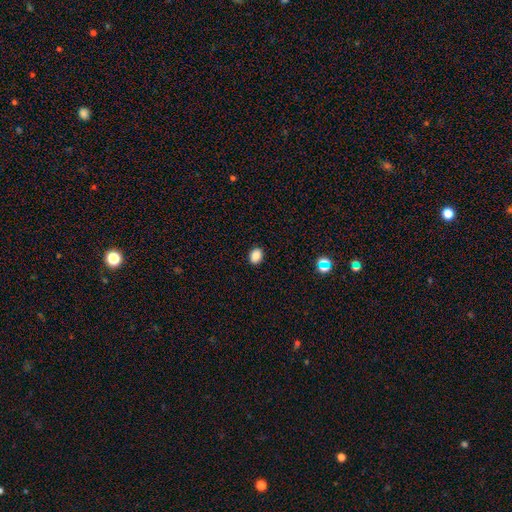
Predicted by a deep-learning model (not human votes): This is clearly a smooth galaxy (87%). How rounded: likely in between (63%). Merging: clearly none (90%).